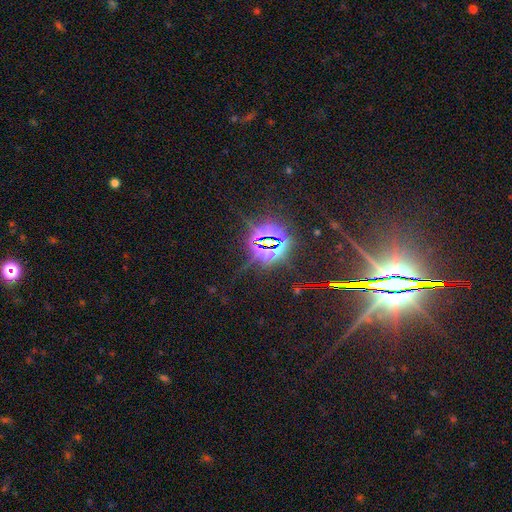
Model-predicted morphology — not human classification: A star or artifact, not a galaxy (83%).